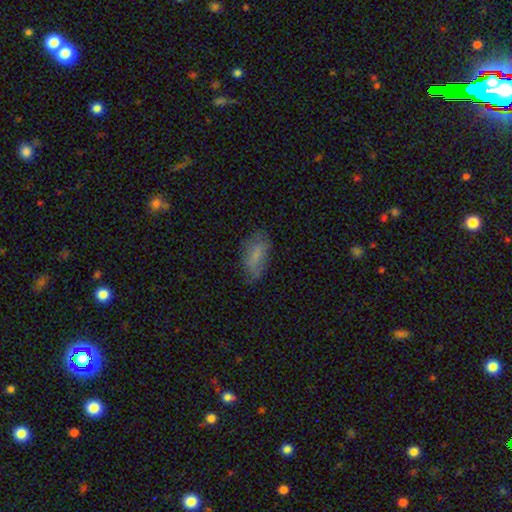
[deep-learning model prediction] Smooth or featured: smooth — 74% (featured or disk — 18%)
How rounded: in between — 89% (cigar-shaped — 8%)
Merging: none — 63% (minor disturbance — 26%)